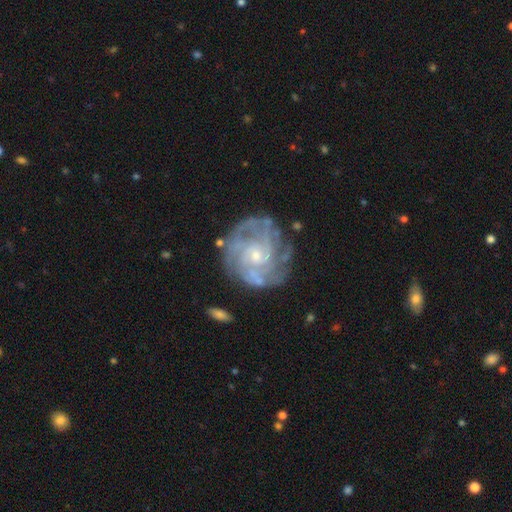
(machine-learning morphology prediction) A featured or disk galaxy (89%) with no bar (68%), 3 (24%, tied with can't tell) tight (65%) spiral arms (96%) and a small central bulge (69%). Merging: none (73%).